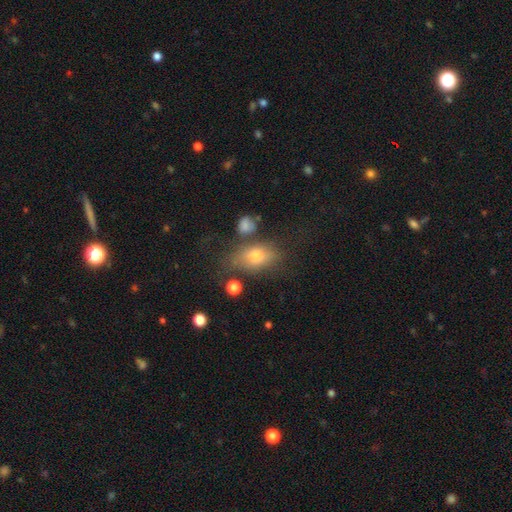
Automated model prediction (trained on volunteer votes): This appears to be a smooth galaxy with no disk features (68%) that is in between round and cigar-shaped (82%). Merging: none (56%).